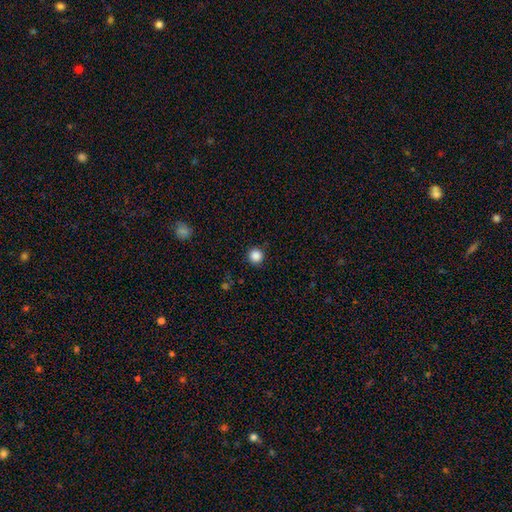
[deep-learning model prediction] smooth 87%, star or artifact 11%, featured or disk 3%. Down the decision tree: how rounded — round (96%); merging — none (92%).